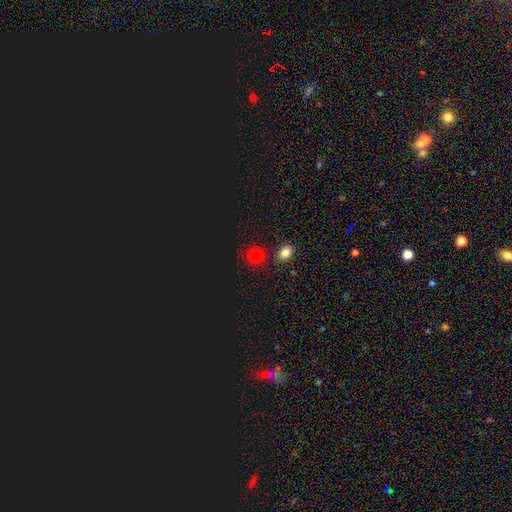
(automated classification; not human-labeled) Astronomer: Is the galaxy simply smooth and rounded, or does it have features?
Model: smooth — 71%.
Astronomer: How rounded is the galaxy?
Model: round — 86%.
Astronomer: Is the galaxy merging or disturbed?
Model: none — 79%.